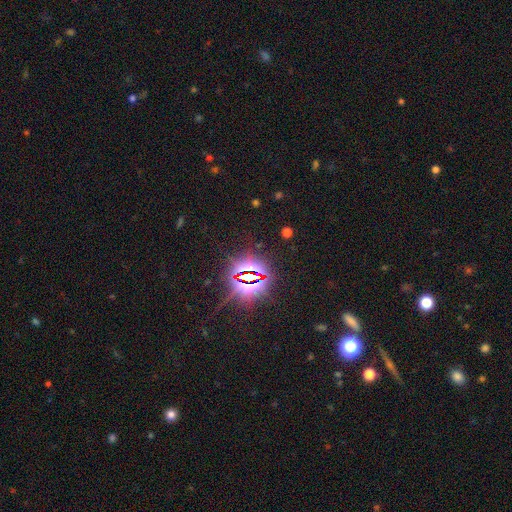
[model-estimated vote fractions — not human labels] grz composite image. It shows a star or artifact, not a galaxy (84%).